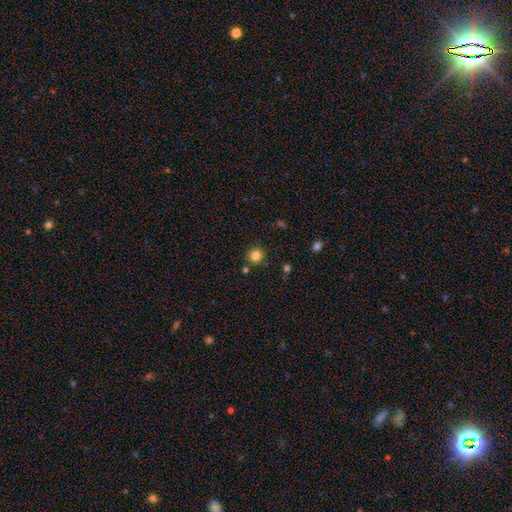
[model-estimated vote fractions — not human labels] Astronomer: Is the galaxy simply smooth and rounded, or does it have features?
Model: smooth — 83%.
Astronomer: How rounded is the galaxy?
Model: round — 94%.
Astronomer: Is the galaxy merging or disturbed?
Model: none — 85%.